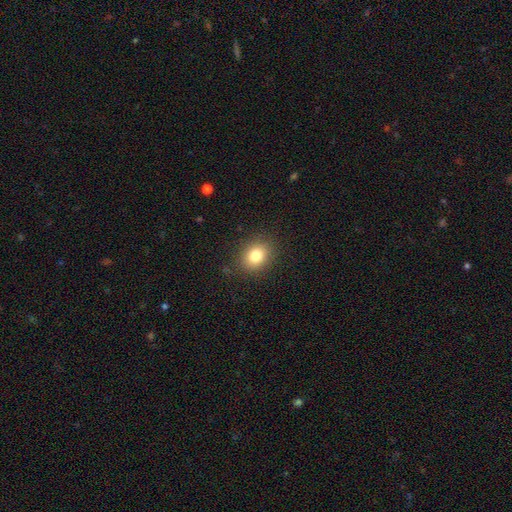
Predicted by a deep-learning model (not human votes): A smooth galaxy with no disk features (81%) that is round (55%). Merging: none (87%).